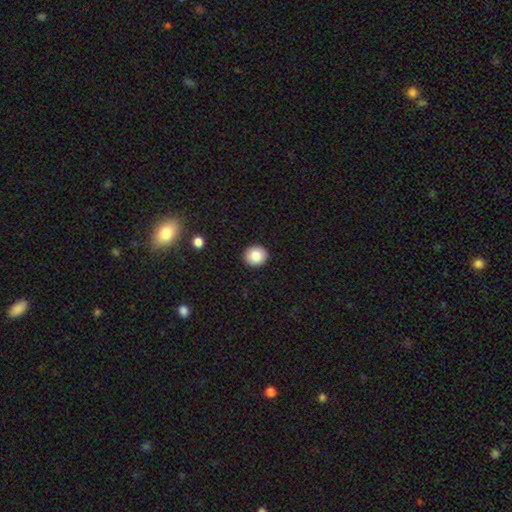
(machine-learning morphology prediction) This is clearly a smooth galaxy (85%). How rounded: clearly round (89%). Merging: clearly none (92%).